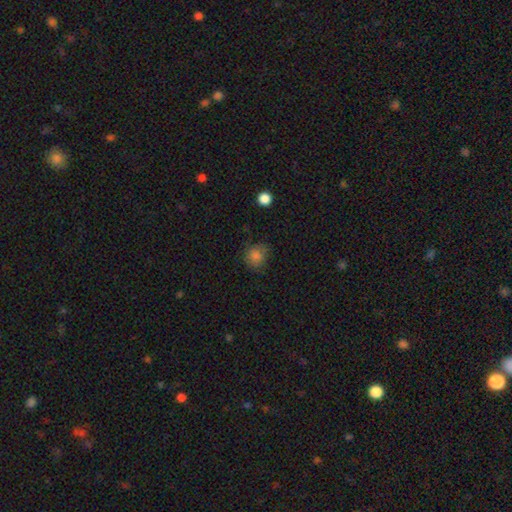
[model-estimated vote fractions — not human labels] smooth_or_featured: smooth (p=0.81) [alt: star or artifact p=0.13]
how_rounded: round (p=0.79) [alt: in between p=0.20]
merging: none (p=0.72) [alt: minor disturbance p=0.20]